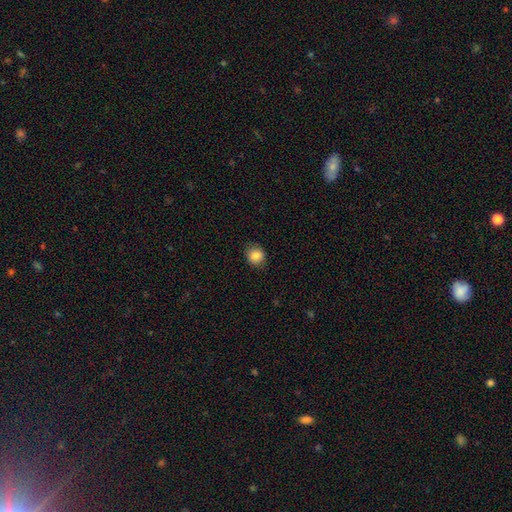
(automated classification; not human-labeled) Morphology: type=smooth (85%); roundness=round (78%); merging=none (84%).